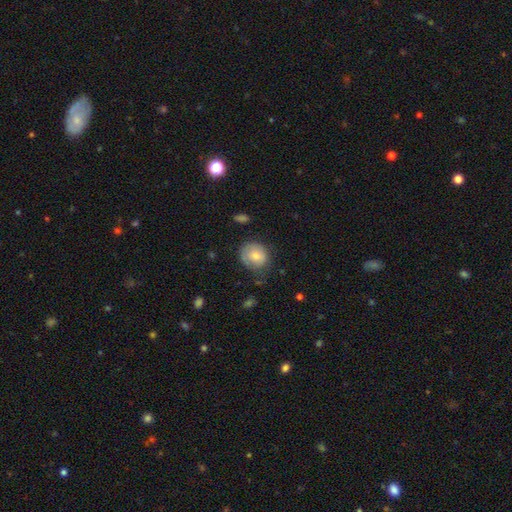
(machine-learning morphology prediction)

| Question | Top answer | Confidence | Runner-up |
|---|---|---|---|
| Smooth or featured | smooth | 72% | featured or disk (20%) |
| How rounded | round | 66% | in between (33%) |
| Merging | none | 60% | minor disturbance (27%) |